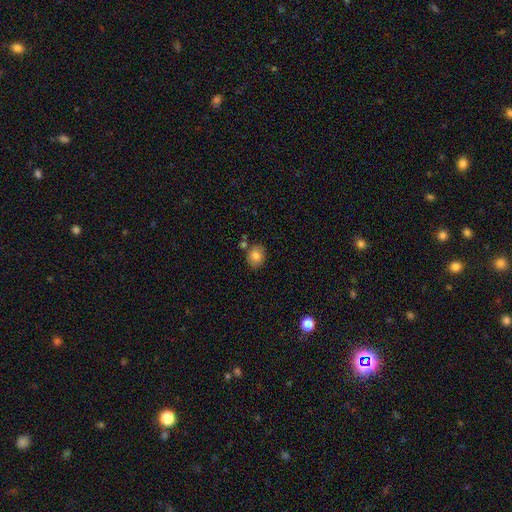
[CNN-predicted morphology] A smooth galaxy with no disk features (81%) that is round (58%). Merging: none (75%).